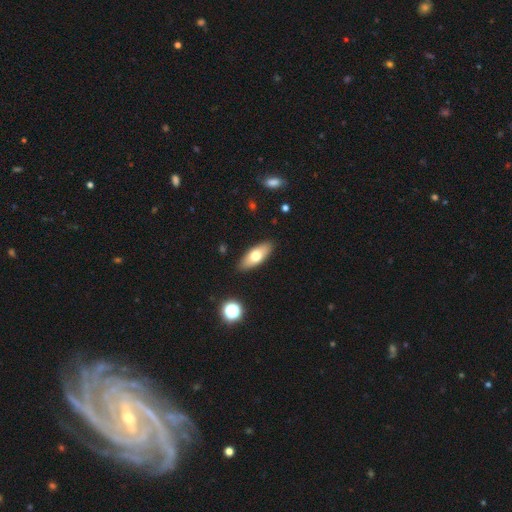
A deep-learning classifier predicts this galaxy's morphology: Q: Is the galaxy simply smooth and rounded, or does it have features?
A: smooth — 68%.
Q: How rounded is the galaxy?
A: in between — 79%.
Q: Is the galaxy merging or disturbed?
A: none — 88%.